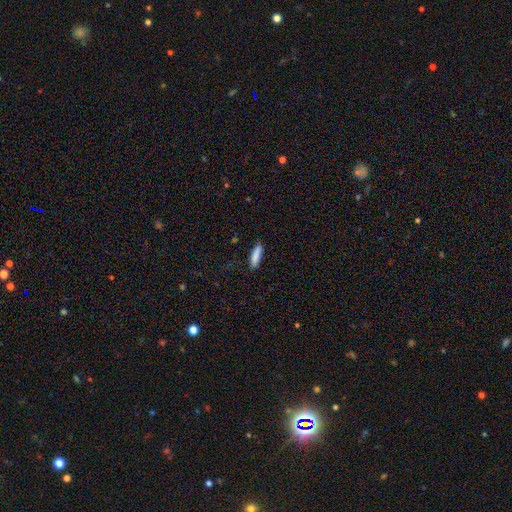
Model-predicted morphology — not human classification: Overall: smooth (86%). How rounded: cigar-shaped (70%). Merging: none (85%).